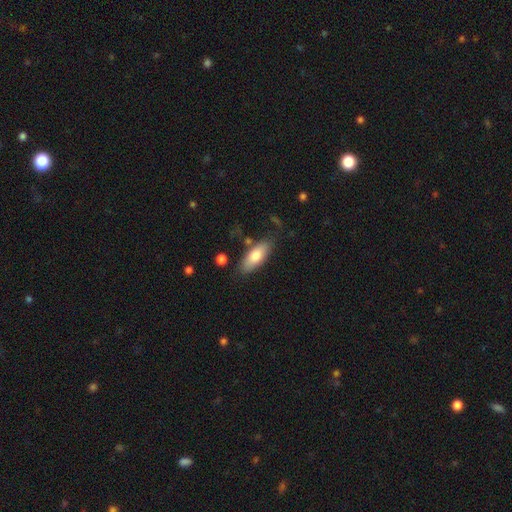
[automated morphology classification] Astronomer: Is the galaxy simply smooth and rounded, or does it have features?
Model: smooth — 75%.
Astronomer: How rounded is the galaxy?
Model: in between — 78%.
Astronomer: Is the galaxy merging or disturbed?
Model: none — 76%.